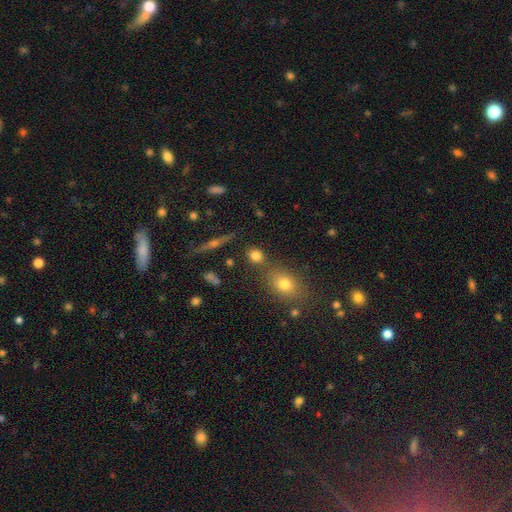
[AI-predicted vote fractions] A smooth galaxy with no disk features (79%) that is round (68%).

Vote fractions:
- Smooth or featured? smooth: 79% / star or artifact: 12% / featured or disk: 9%
- How rounded? round: 68% / in between: 29% / cigar-shaped: 3%
- Merging? none: 74% / merger: 13% / minor disturbance: 10% / major disturbance: 3%